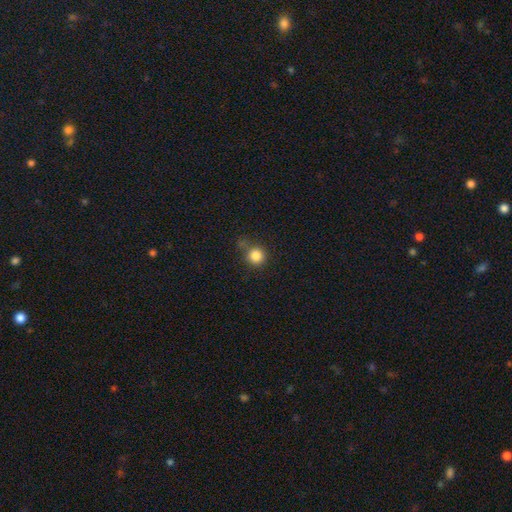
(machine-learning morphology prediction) Q: Smooth or featured?
A: smooth (84%); runner-up: star or artifact (11%)
Q: How rounded?
A: round (93%); runner-up: in between (6%)
Q: Merging?
A: none (69%); runner-up: minor disturbance (17%)